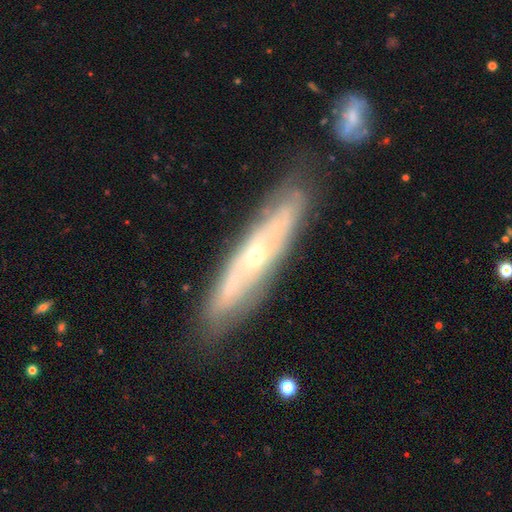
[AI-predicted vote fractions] The model was most divided on "edge-on disk": no: 60%, yes: 40%. More confident: merging — none (77%); smooth or featured — featured or disk (74%).